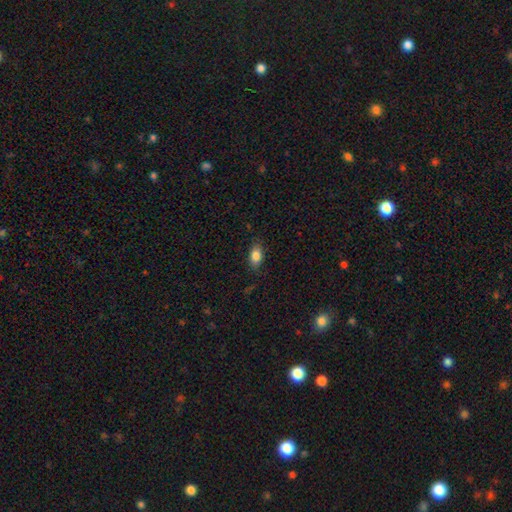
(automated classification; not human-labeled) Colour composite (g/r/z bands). It shows a smooth galaxy with no disk features (83%) that is in between round and cigar-shaped (87%). Merging: none (83%).